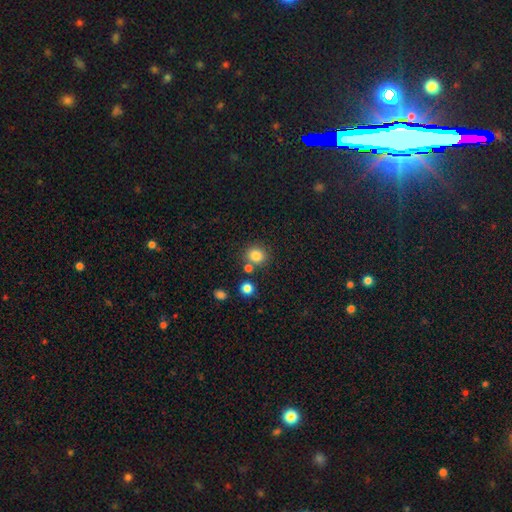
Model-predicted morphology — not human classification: A smooth galaxy with no disk features (81%) that is round (84%).

Vote fractions:
- Smooth or featured? smooth: 81% / star or artifact: 13% / featured or disk: 6%
- How rounded? round: 84% / in between: 15% / cigar-shaped: 1%
- Merging? none: 75% / merger: 13% / minor disturbance: 9% / major disturbance: 3%